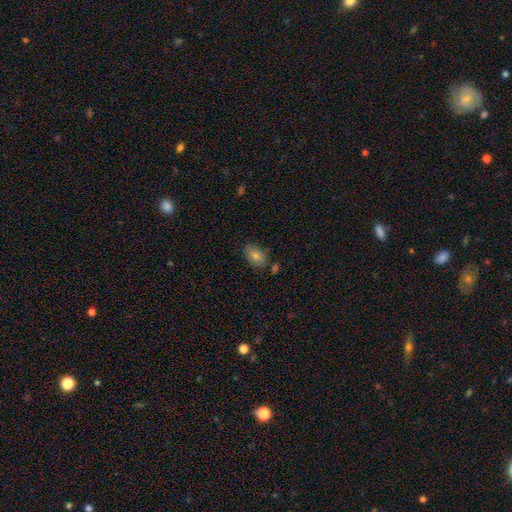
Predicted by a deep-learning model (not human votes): smooth-or-featured: smooth: 74% | featured or disk: 15% | star or artifact: 11%
  how-rounded: in between: 85% | round: 14% | cigar-shaped: 2%
  merging: none: 77% | minor disturbance: 14% | merger: 6% | major disturbance: 3%